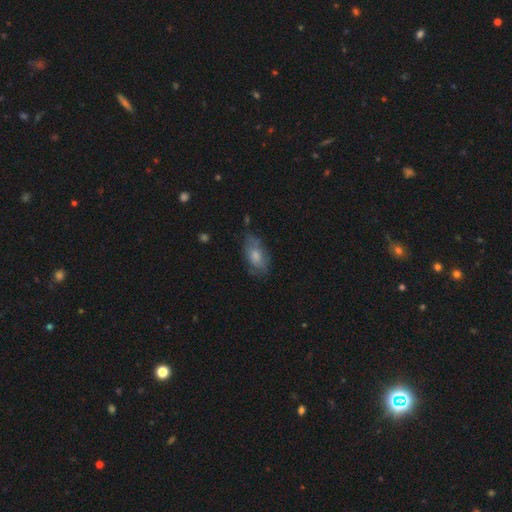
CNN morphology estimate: This is likely a smooth galaxy (66%). How rounded: clearly in between (90%). Merging: possibly none (56%).